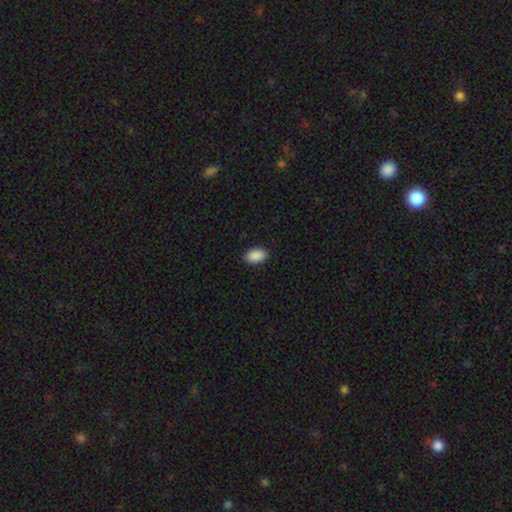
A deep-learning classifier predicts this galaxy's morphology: Smooth or featured? Predicted: smooth (p=0.91). How rounded? Predicted: in between (p=0.93). Merging? Predicted: none (p=0.90).